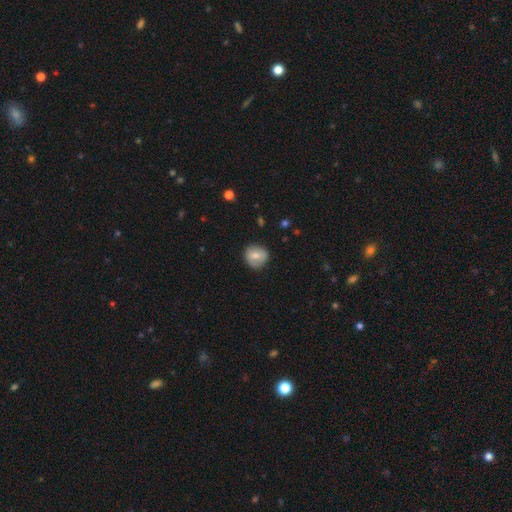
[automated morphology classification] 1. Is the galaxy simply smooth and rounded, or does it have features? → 67% smooth, 25% featured or disk, 8% star or artifact.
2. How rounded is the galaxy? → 87% round, 12% in between, 1% cigar-shaped.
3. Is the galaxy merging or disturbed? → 83% none, 13% minor disturbance, 3% major disturbance, 1% merger.